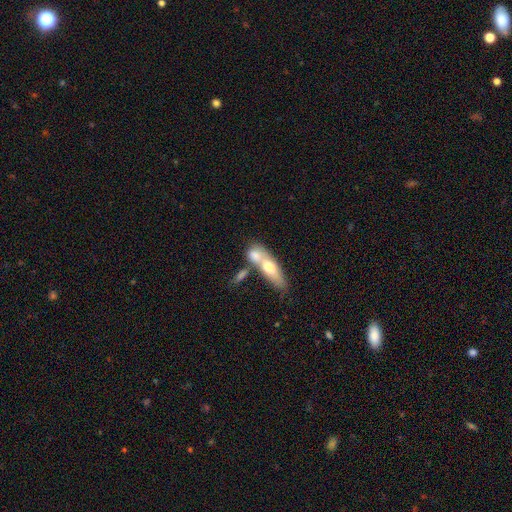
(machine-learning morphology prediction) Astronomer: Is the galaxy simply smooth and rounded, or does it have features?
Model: smooth — 59% (runner-up: featured or disk, 35%).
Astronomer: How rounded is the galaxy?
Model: in between — 58%.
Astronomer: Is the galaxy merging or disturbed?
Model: merger — 59%.